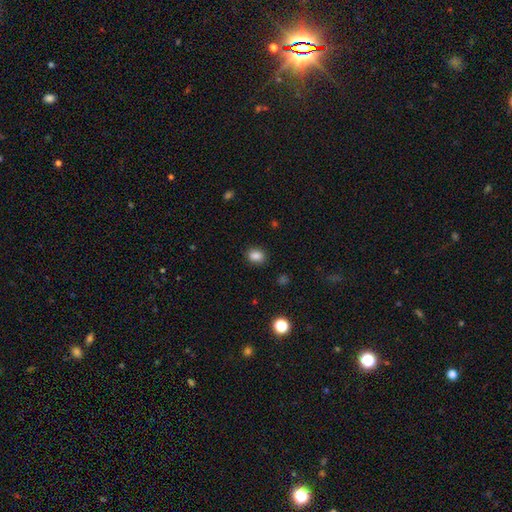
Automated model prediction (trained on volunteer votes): This is clearly a smooth galaxy (85%). How rounded: possibly in between (51%). Merging: clearly none (88%).